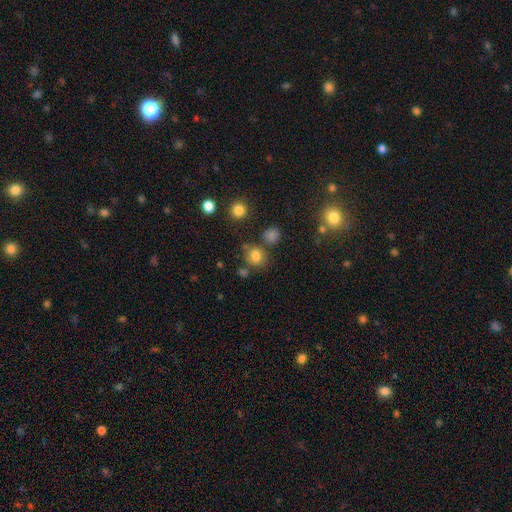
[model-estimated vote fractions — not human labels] smooth_or_featured: smooth (p=0.78) [alt: star or artifact p=0.15]
how_rounded: round (p=0.76) [alt: in between p=0.23]
merging: none (p=0.72) [alt: minor disturbance p=0.12]